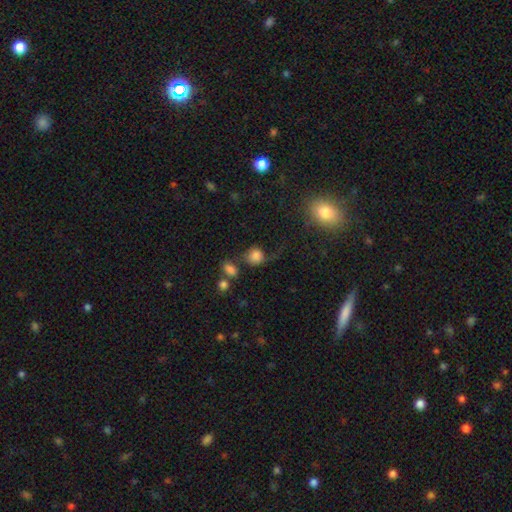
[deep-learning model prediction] smooth 78%, star or artifact 12%, featured or disk 9%. Down the decision tree: how rounded — round (79%); merging — none (46%).